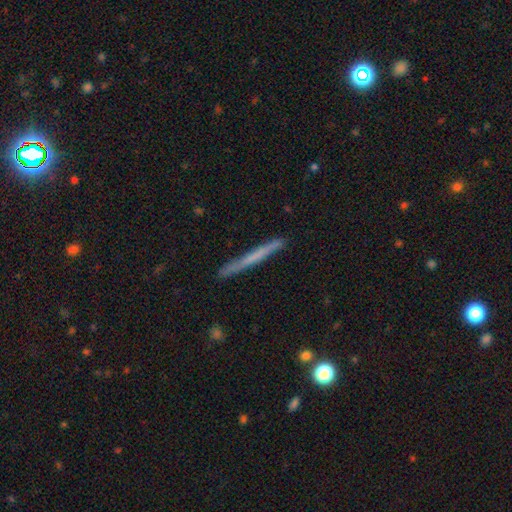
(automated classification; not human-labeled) Q: Smooth or featured?
A: smooth (50%); runner-up: featured or disk (43%)
Q: How rounded?
A: cigar-shaped (97%); runner-up: in between (2%)
Q: Merging?
A: none (90%); runner-up: minor disturbance (7%)